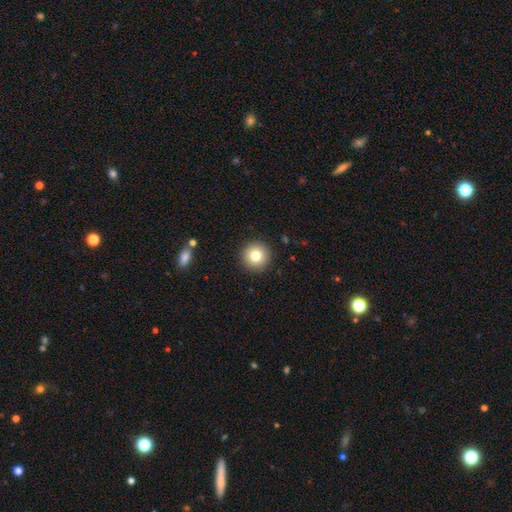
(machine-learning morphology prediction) This appears to be a smooth galaxy with no disk features (79%) that is round (96%). Merging: none (92%).